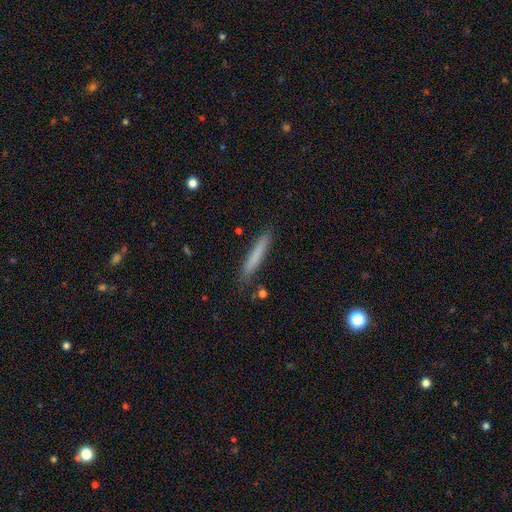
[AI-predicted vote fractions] Overall: smooth (76%). How rounded: cigar-shaped (95%). Merging: none (85%).